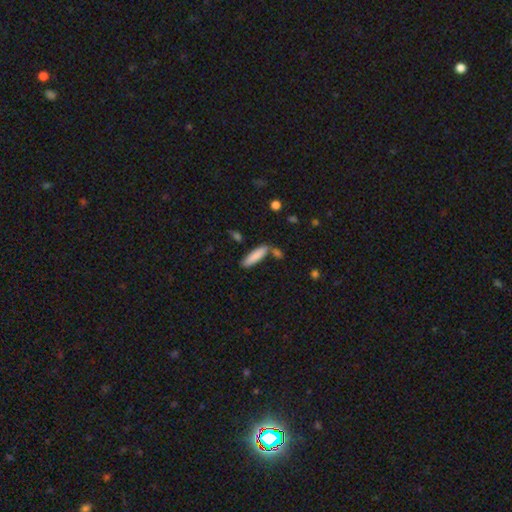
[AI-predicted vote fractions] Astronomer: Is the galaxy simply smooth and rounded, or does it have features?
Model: smooth — 84%.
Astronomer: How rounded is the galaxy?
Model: cigar-shaped — 72%.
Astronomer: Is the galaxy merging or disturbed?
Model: none — 74%.